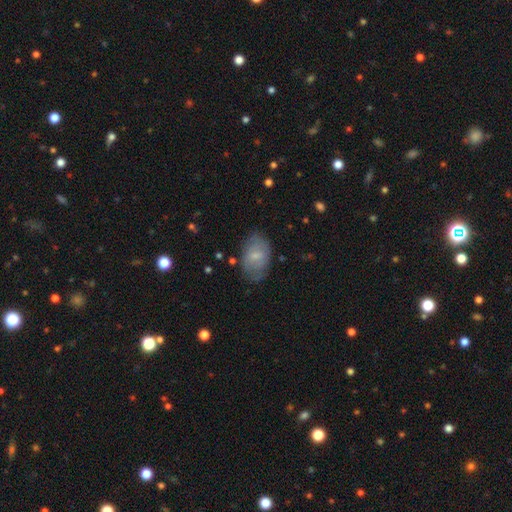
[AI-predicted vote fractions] Overall: smooth (56%; featured or disk 37%). How rounded: in between (90%). Merging: none (69%).